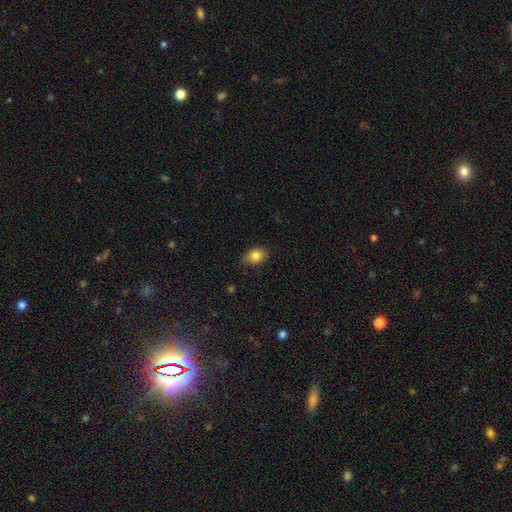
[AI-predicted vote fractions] smooth_or_featured: smooth (p=0.82) [alt: star or artifact p=0.09]
how_rounded: in between (p=0.77) [alt: round p=0.22]
merging: none (p=0.75) [alt: minor disturbance p=0.21]